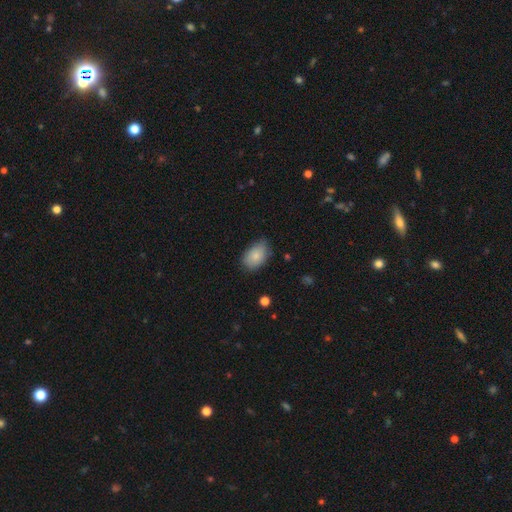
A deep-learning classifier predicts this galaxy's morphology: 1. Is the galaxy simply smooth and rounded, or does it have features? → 83% smooth, 10% featured or disk, 7% star or artifact.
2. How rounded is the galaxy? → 88% in between, 11% round, 1% cigar-shaped.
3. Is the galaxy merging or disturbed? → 68% none, 26% minor disturbance, 5% major disturbance, 1% merger.